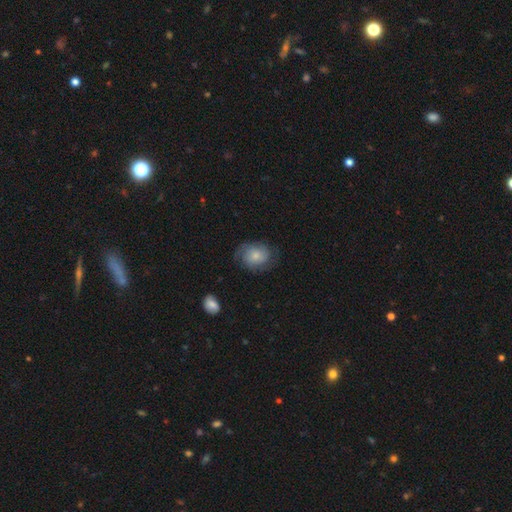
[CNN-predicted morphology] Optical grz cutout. It shows a smooth galaxy with no disk features (54%) that is round (51%). Merging: none (66%).